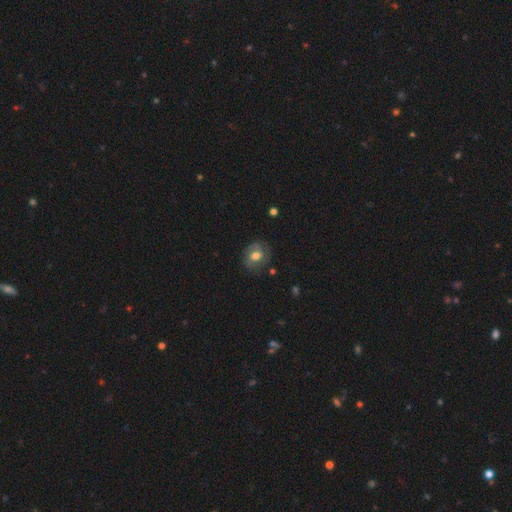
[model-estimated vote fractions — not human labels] Smooth or featured: smooth — 52% (featured or disk — 39%)
How rounded: round — 53% (in between — 46%)
Merging: none — 69% (minor disturbance — 21%)